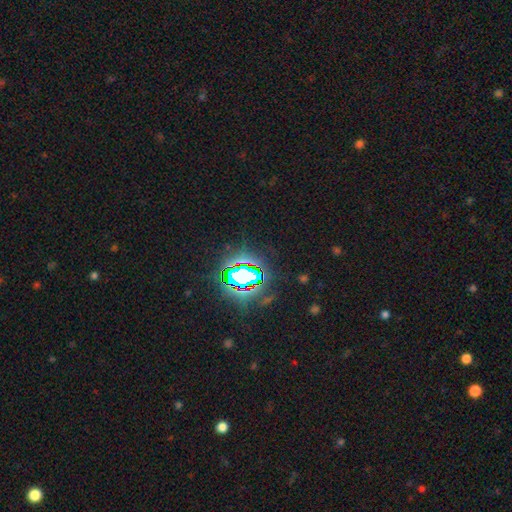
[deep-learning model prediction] This appears to be a star or artifact, not a galaxy (84%).